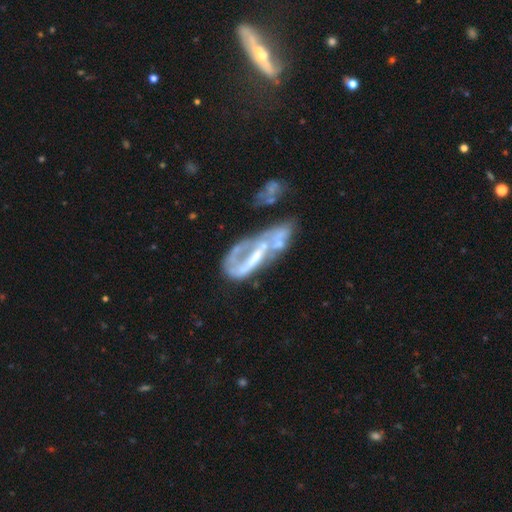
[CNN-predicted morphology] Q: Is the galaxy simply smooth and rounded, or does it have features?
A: featured or disk — 71%.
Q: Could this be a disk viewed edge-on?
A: no — 86%.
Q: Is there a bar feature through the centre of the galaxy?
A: no — 48%.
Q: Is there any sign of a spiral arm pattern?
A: no — 61%.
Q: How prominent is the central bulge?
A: moderate — 35%.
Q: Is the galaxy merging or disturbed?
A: merger — 32%.